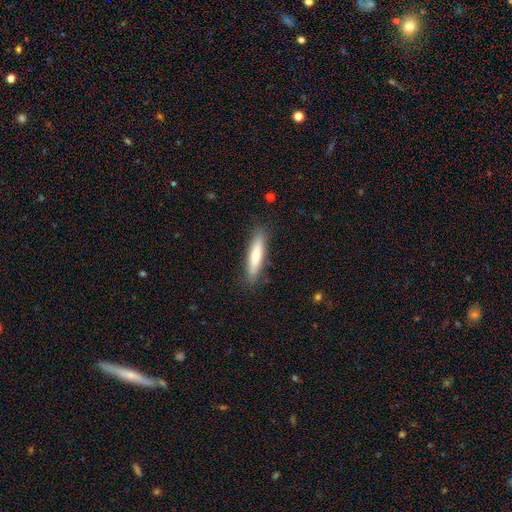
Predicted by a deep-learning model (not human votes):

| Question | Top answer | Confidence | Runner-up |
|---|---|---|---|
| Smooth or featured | smooth | 71% | featured or disk (24%) |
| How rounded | cigar-shaped | 83% | in between (16%) |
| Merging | none | 87% | minor disturbance (10%) |